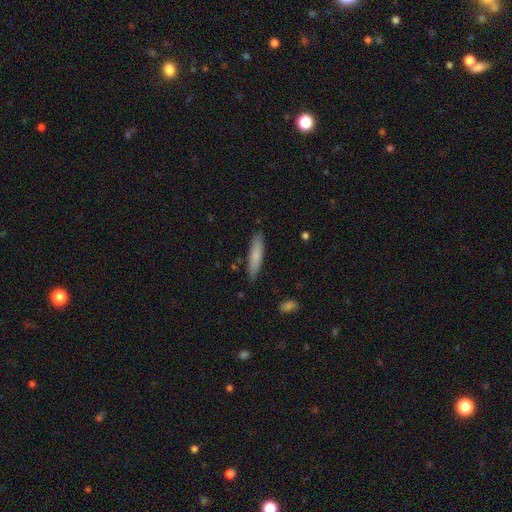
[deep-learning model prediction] Smooth or featured: smooth — 78% (featured or disk — 16%)
How rounded: cigar-shaped — 83% (in between — 16%)
Merging: none — 86% (minor disturbance — 11%)